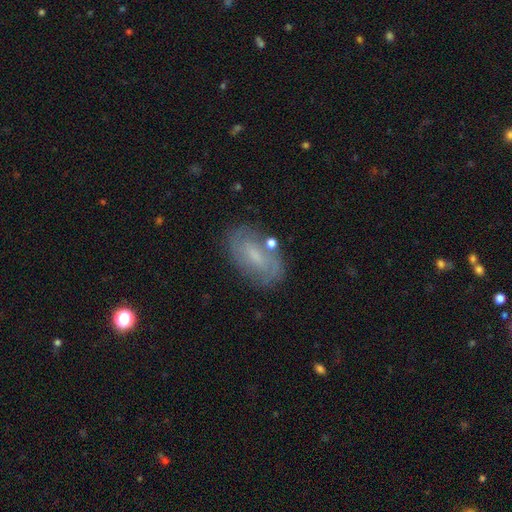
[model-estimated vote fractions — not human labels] featured or disk 55%, smooth 36%, star or artifact 9%. Down the decision tree: edge-on disk — no (93%); bar — weak (52%); spiral arms — yes (74%); bulge size — small (49%); merging — none (73%).